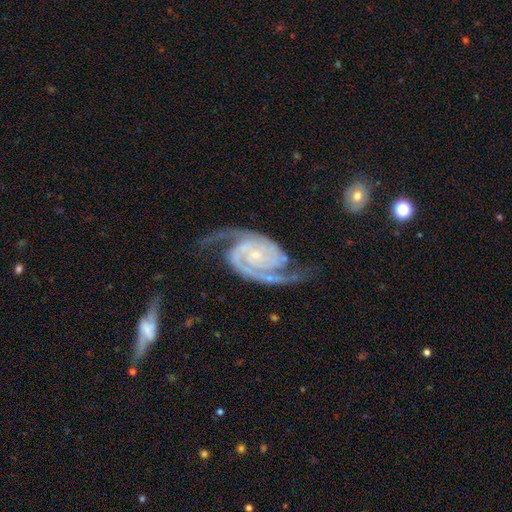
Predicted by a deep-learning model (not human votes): This appears to be a featured or disk galaxy (93%) with no bar (68%), 2 (91%) tight (46%) spiral arms (99%) and a small central bulge (79%). Merging: none (71%).